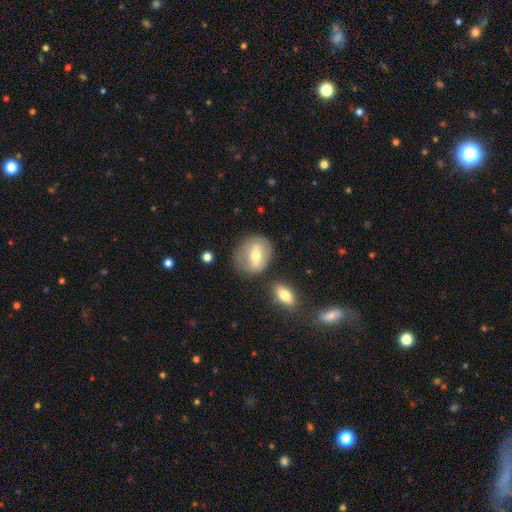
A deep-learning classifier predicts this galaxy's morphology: A smooth galaxy with no disk features (51%) that is round (59%). Merging: none (70%).